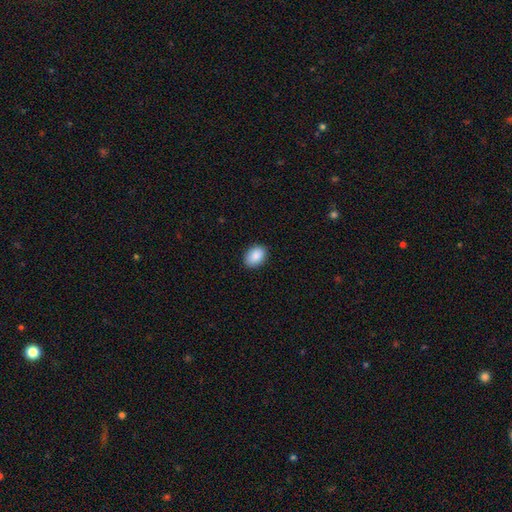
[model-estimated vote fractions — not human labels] Smooth or featured? Predicted: smooth (p=0.90). How rounded? Predicted: in between (p=0.82). Merging? Predicted: none (p=0.88).